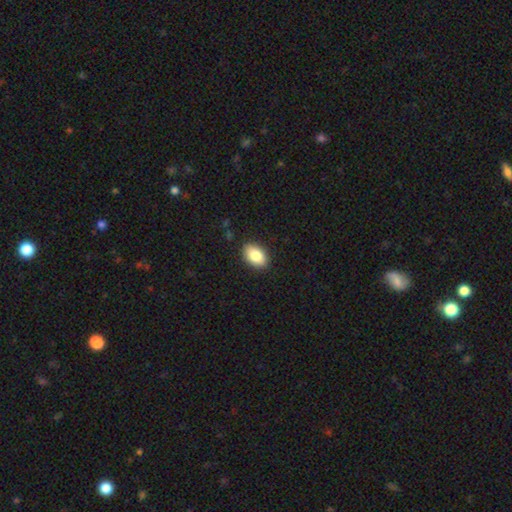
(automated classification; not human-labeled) A smooth galaxy with no disk features (86%) that is in between round and cigar-shaped (90%).

Vote fractions:
- Smooth or featured? smooth: 86% / featured or disk: 7% / star or artifact: 7%
- How rounded? in between: 90% / round: 8% / cigar-shaped: 1%
- Merging? none: 89% / minor disturbance: 8% / major disturbance: 2% / merger: 1%